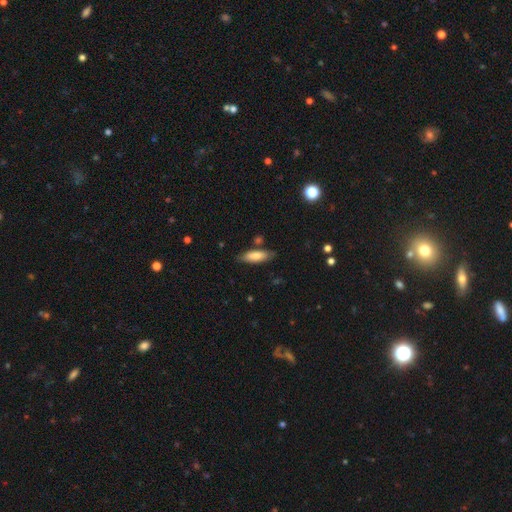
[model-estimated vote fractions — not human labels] smooth-or-featured: smooth: 76% | featured or disk: 17% | star or artifact: 6%
  how-rounded: in between: 51% | cigar-shaped: 47% | round: 2%
  merging: none: 78% | minor disturbance: 14% | merger: 5% | major disturbance: 3%